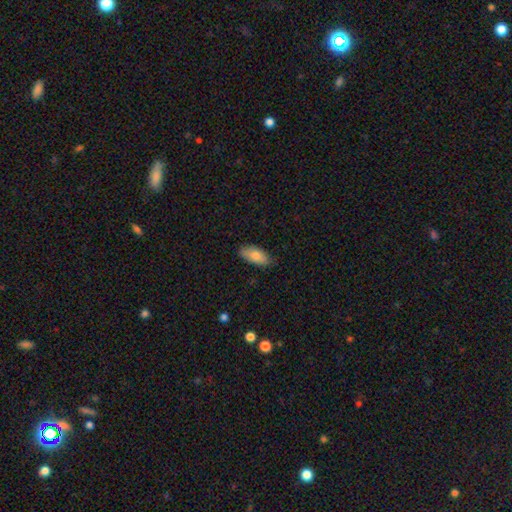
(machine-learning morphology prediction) Q: Smooth or featured?
A: smooth (80%); runner-up: featured or disk (14%)
Q: How rounded?
A: in between (88%); runner-up: cigar-shaped (9%)
Q: Merging?
A: none (82%); runner-up: minor disturbance (15%)